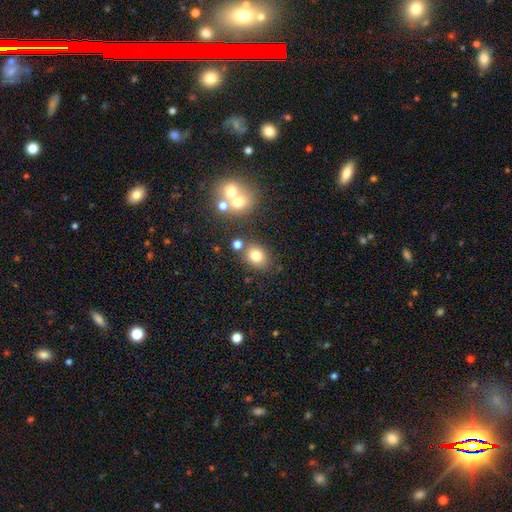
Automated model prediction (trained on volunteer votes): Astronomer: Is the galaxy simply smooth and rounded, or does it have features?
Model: smooth — 77%.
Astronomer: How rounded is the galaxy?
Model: round — 55% (runner-up: in between, 44%).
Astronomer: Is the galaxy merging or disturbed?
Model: none — 73%.